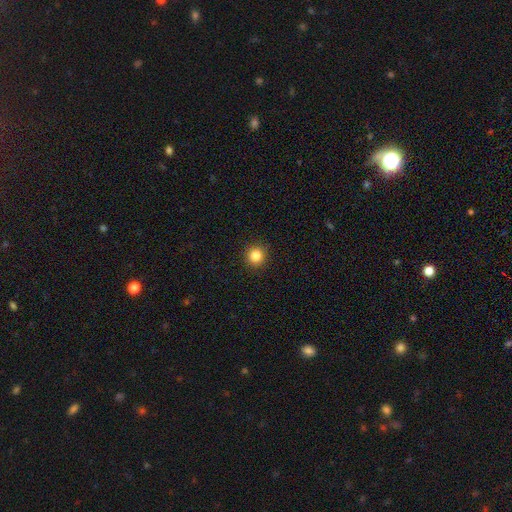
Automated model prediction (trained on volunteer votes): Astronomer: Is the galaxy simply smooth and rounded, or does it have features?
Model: smooth — 84%.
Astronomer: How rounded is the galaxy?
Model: round — 93%.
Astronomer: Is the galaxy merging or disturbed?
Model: none — 92%.